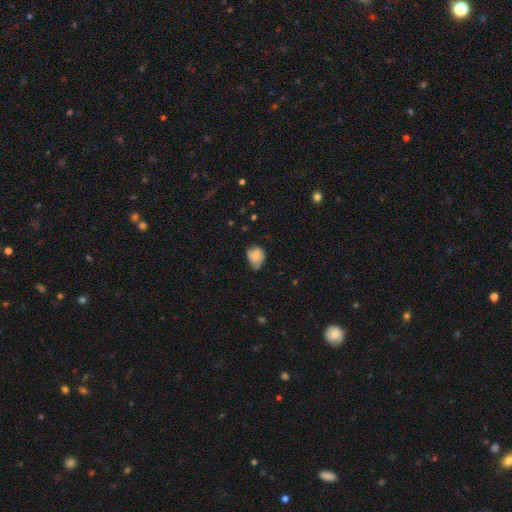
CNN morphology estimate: This appears to be a smooth galaxy with no disk features (56%) that is round (50%). Merging: none (49%).